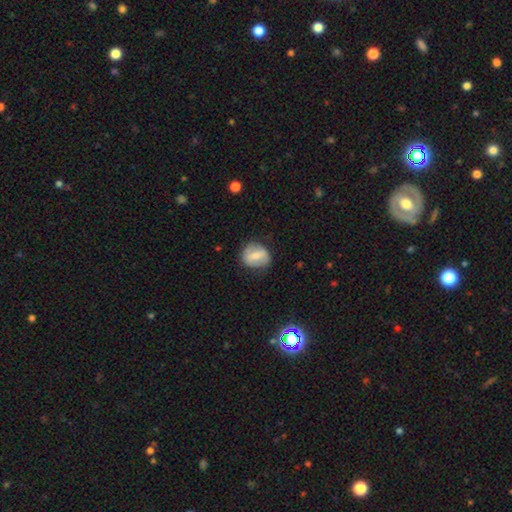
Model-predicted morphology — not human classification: Overall: smooth (54%; featured or disk 39%). How rounded: round (67%; in between 31%). Merging: none (75%).